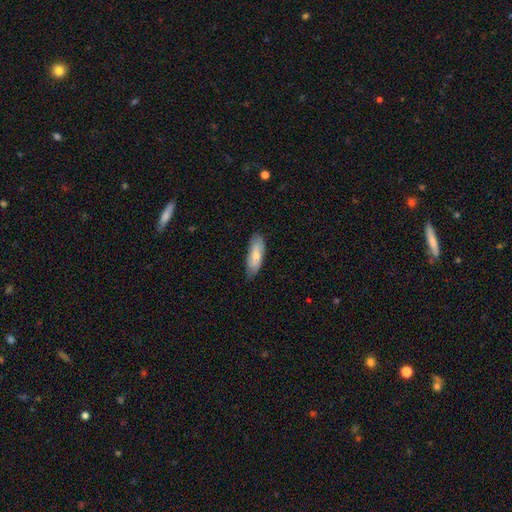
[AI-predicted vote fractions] This appears to be a smooth galaxy with no disk features (72%) that is in between round and cigar-shaped (63%). Merging: none (81%).